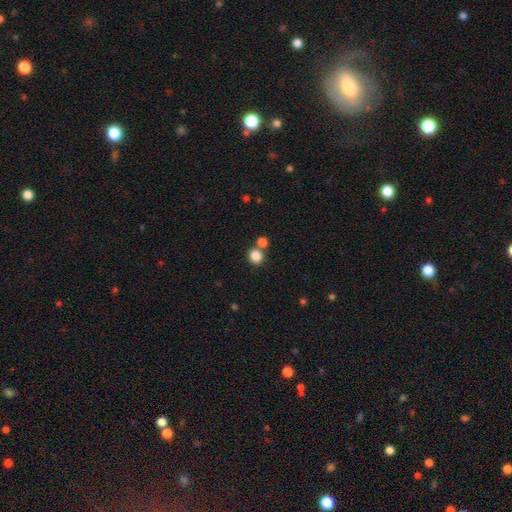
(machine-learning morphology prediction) Smooth or featured?
  - smooth: 84% *
  - star or artifact: 11%
  - featured or disk: 5%
How rounded?
  - round: 85% *
  - in between: 14%
  - cigar-shaped: 1%
Merging?
  - none: 64% *
  - merger: 26%
  - minor disturbance: 8%
  - major disturbance: 3%